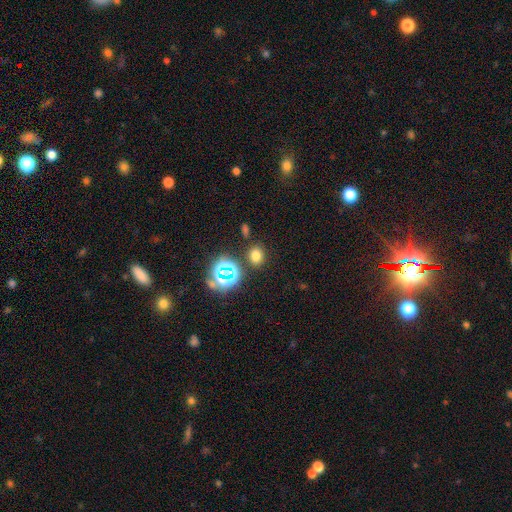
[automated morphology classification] Smooth or featured? Predicted: smooth (p=0.68). How rounded? Predicted: round (p=0.55). Merging? Predicted: none (p=0.83).